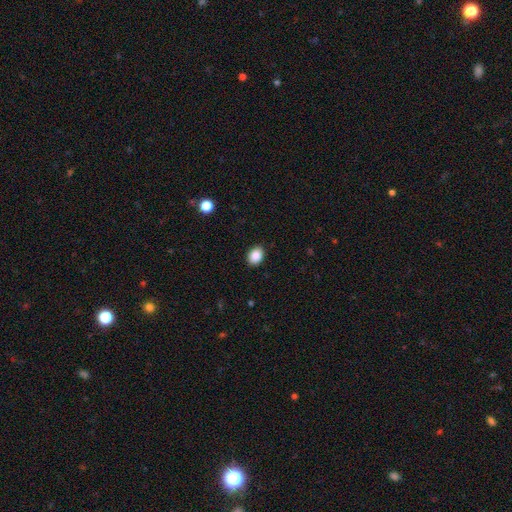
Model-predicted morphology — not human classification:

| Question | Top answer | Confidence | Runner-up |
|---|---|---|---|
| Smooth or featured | smooth | 88% | star or artifact (8%) |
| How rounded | in between | 71% | round (28%) |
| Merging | none | 90% | minor disturbance (8%) |